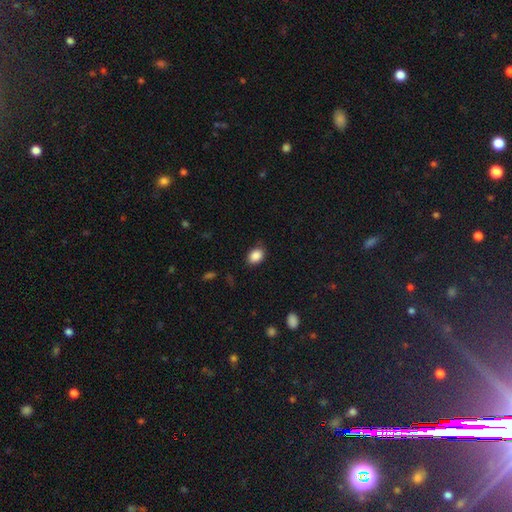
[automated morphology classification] A smooth galaxy with no disk features (88%) that is in between round and cigar-shaped (67%).

Vote fractions:
- Smooth or featured? smooth: 88% / star or artifact: 8% / featured or disk: 4%
- How rounded? in between: 67% / round: 32% / cigar-shaped: 1%
- Merging? none: 80% / minor disturbance: 15% / major disturbance: 3% / merger: 1%